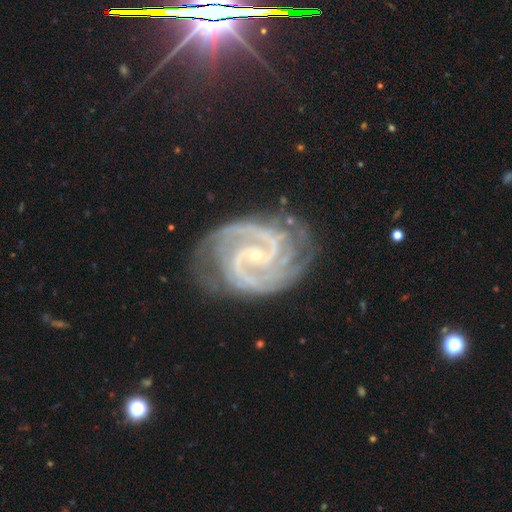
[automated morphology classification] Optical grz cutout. It shows a featured or disk galaxy (93%) with no bar (45%), 2 (56%) tight (50%) spiral arms (99%) and a small central bulge (84%). Merging: none (74%).